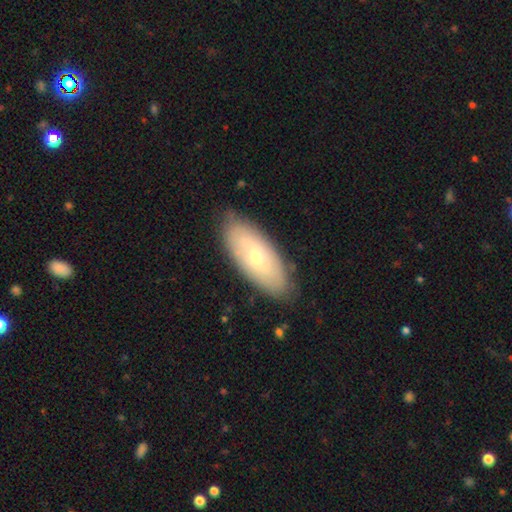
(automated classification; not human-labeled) Q: Smooth or featured?
A: featured or disk (55%); runner-up: smooth (39%)
Q: Edge-on disk?
A: no (87%); runner-up: yes (13%)
Q: Merging?
A: none (82%); runner-up: minor disturbance (14%)